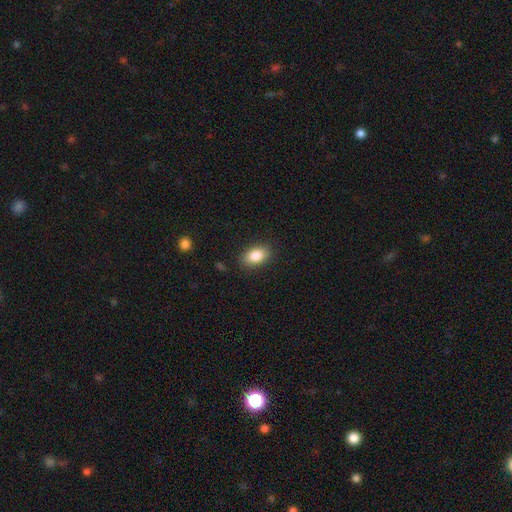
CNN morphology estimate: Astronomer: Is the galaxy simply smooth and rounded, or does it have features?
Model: smooth — 85%.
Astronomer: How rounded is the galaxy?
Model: in between — 89%.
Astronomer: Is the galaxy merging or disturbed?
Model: none — 87%.